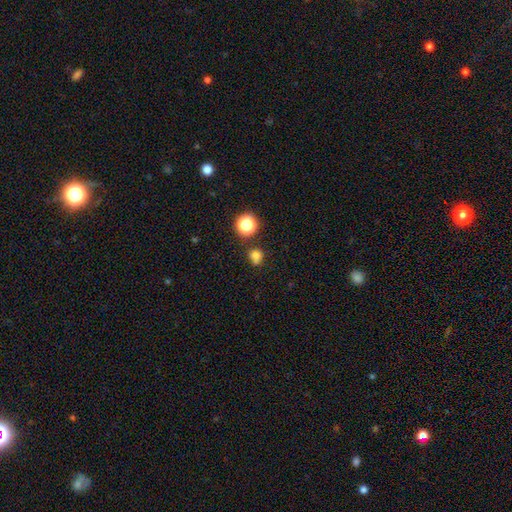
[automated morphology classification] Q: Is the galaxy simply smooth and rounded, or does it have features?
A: smooth — 75%.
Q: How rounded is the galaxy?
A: round — 81%.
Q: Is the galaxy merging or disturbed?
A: none — 61%.